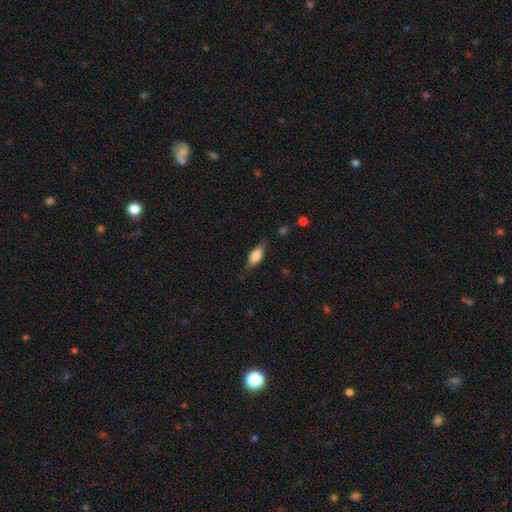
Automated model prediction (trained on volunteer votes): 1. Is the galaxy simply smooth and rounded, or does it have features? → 77% smooth, 16% featured or disk, 7% star or artifact.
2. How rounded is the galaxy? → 79% in between, 18% cigar-shaped, 3% round.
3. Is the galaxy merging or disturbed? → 76% none, 19% minor disturbance, 4% major disturbance, 1% merger.